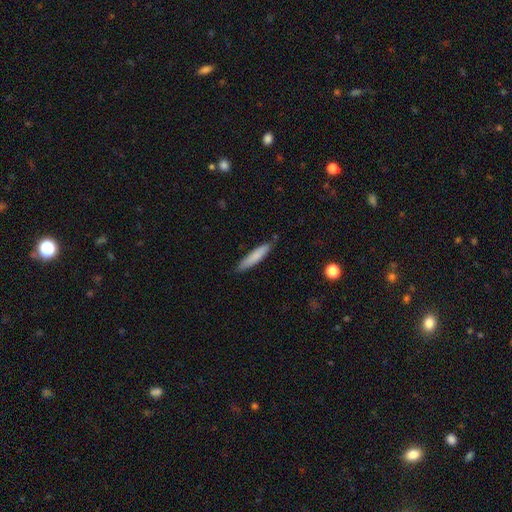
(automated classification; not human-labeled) Smooth or featured? smooth (80%)
How rounded? cigar-shaped (88%)
Merging? none (83%)